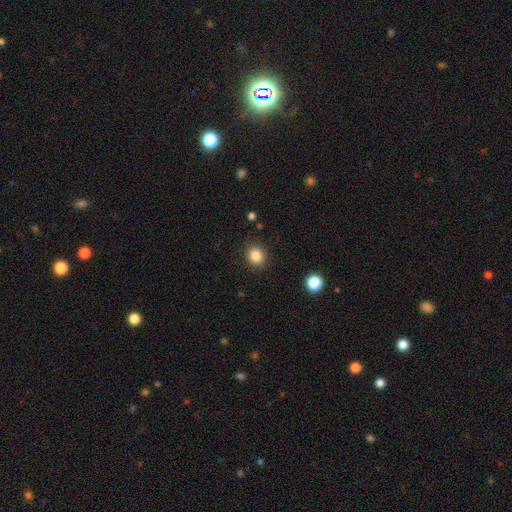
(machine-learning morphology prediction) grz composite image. It shows a smooth galaxy with no disk features (86%) that is round (74%). Merging: none (88%).